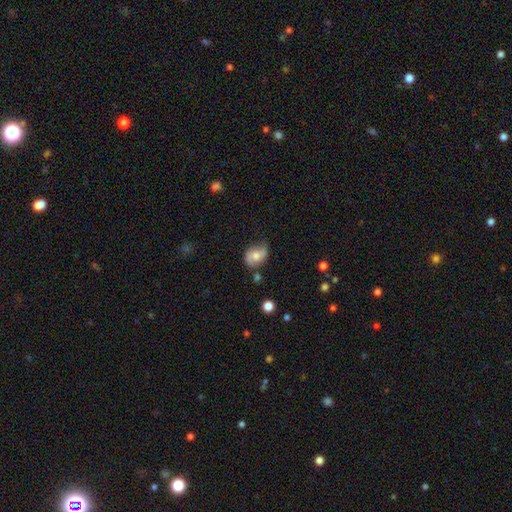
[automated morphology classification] Smooth or featured: smooth — 58% (featured or disk — 34%)
How rounded: in between — 64% (round — 35%)
Merging: none — 56% (minor disturbance — 31%)